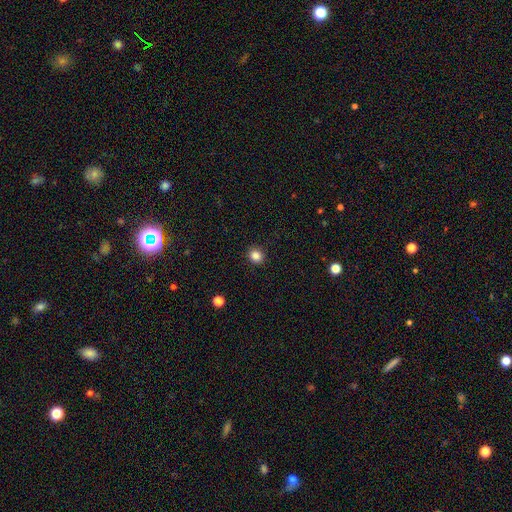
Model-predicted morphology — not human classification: This appears to be a smooth galaxy with no disk features (85%) that is round (83%). Merging: none (92%).